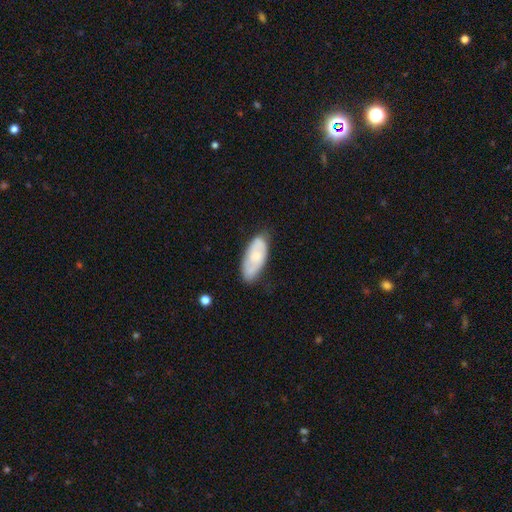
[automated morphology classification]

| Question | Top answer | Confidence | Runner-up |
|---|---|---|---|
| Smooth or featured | smooth | 54% | featured or disk (40%) |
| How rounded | in between | 82% | cigar-shaped (16%) |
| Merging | none | 74% | minor disturbance (21%) |